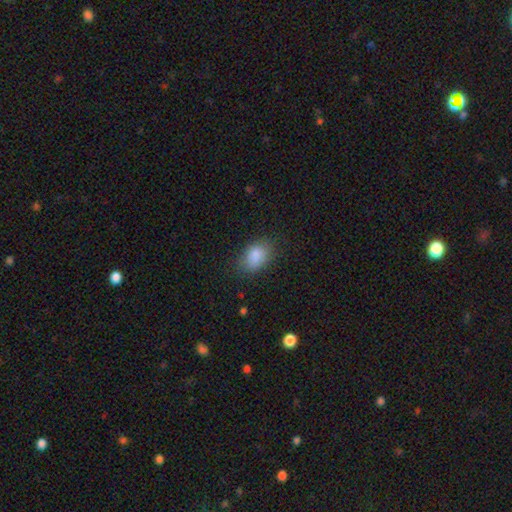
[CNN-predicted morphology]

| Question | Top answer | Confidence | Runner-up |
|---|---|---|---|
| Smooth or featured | smooth | 86% | star or artifact (8%) |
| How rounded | in between | 83% | round (16%) |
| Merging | none | 77% | minor disturbance (17%) |